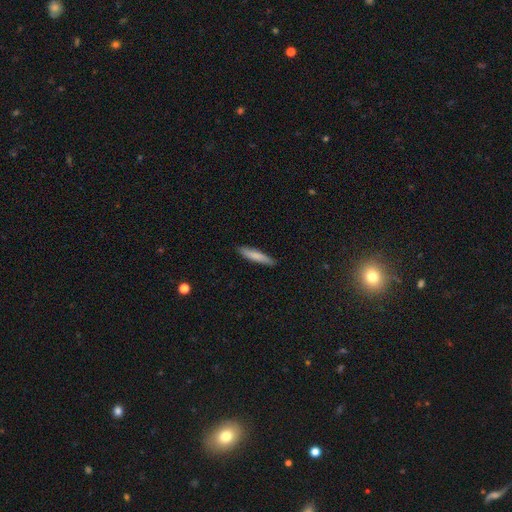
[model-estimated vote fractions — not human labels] Morphology: type=smooth (79%); roundness=cigar-shaped (88%); merging=none (88%).